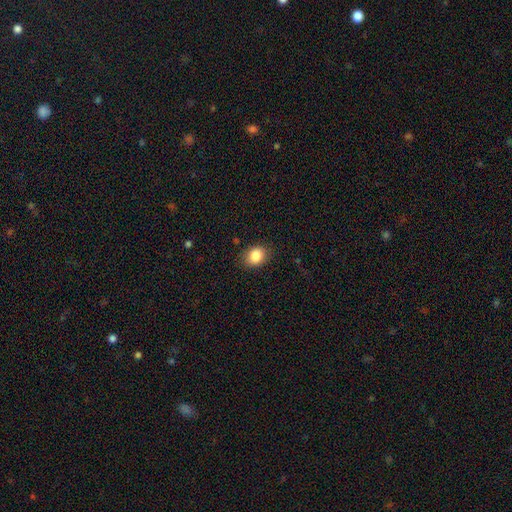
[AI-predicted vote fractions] Smooth or featured: smooth — 86% (star or artifact — 9%)
How rounded: in between — 55% (round — 44%)
Merging: none — 84% (minor disturbance — 12%)